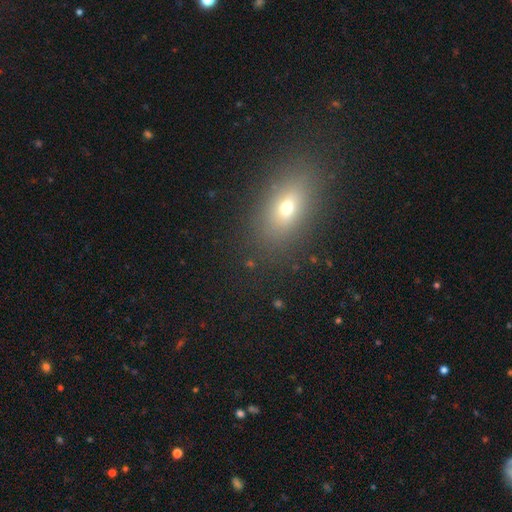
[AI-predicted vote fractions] smooth 64%, star or artifact 23%, featured or disk 13%. Down the decision tree: how rounded — in between (79%); merging — none (88%).